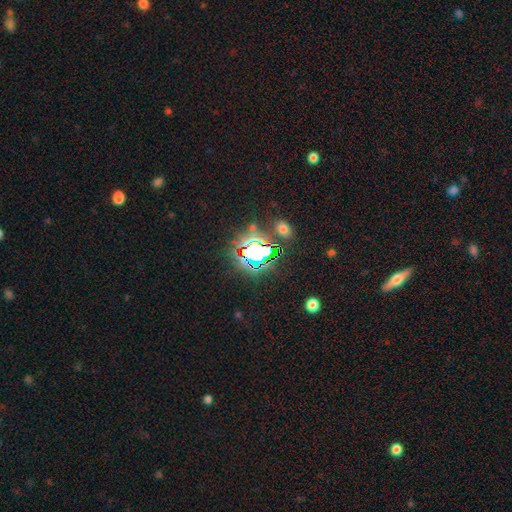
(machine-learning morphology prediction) smooth_or_featured: star or artifact (p=0.69) [alt: smooth p=0.20]